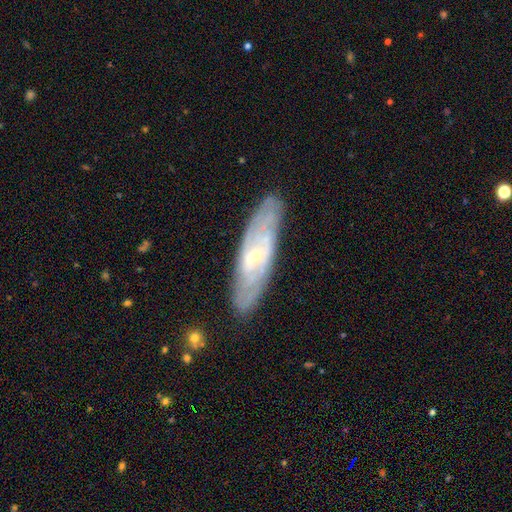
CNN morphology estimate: featured or disk 77%, smooth 17%, star or artifact 6%. Down the decision tree: edge-on disk — no (74%); bar — no (43%); spiral arms — yes (84%); bulge size — small (75%); merging — none (84%).